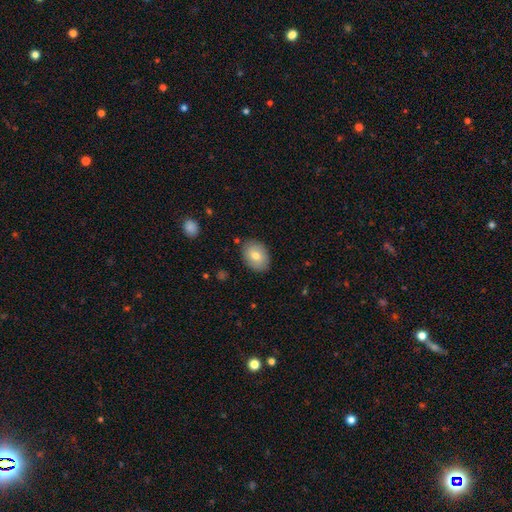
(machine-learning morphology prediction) smooth-or-featured: smooth: 75% | featured or disk: 18% | star or artifact: 7%
  how-rounded: in between: 74% | round: 25% | cigar-shaped: 1%
  merging: none: 85% | minor disturbance: 11% | major disturbance: 2% | merger: 1%